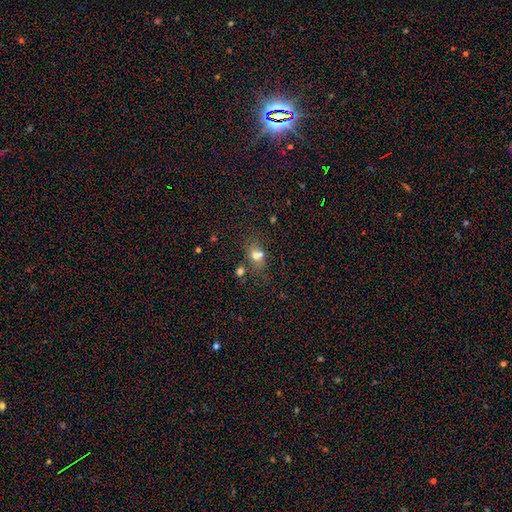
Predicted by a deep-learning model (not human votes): Smooth or featured: smooth — 64% (star or artifact — 18%)
How rounded: in between — 49% (round — 48%)
Merging: none — 46% (merger — 35%)